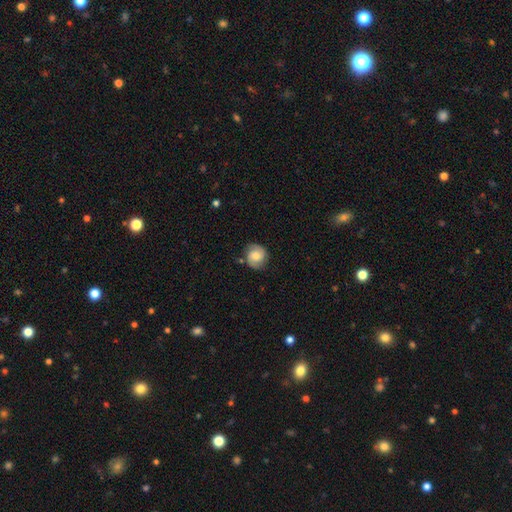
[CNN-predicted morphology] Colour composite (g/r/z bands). It shows a featured or disk galaxy (48%). Merging: none (79%).